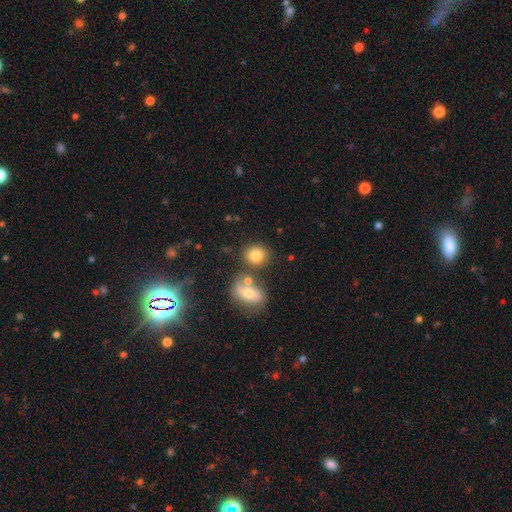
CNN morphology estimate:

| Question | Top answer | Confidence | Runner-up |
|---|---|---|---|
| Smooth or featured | smooth | 76% | featured or disk (13%) |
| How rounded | round | 64% | in between (35%) |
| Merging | none | 62% | merger (23%) |